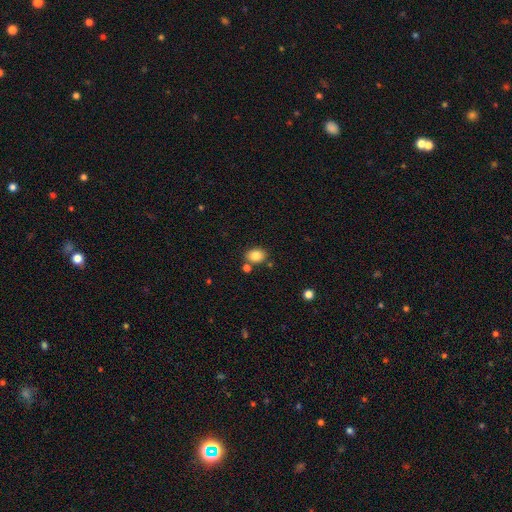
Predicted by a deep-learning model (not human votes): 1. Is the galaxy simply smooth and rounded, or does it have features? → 83% smooth, 9% star or artifact, 7% featured or disk.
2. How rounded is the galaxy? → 69% in between, 30% round, 1% cigar-shaped.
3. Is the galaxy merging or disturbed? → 76% none, 11% minor disturbance, 10% merger, 3% major disturbance.